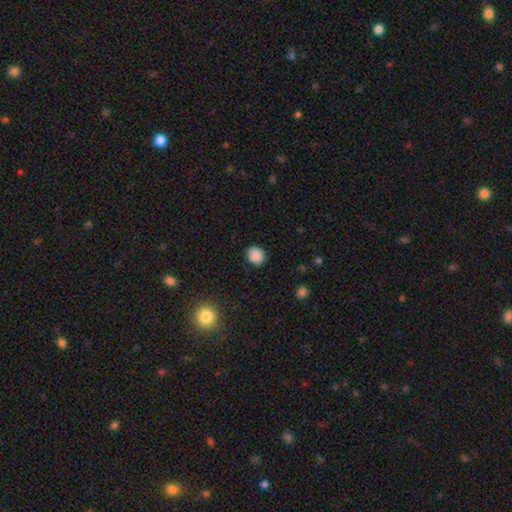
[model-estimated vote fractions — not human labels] Smooth or featured? Predicted: smooth (p=0.87). How rounded? Predicted: round (p=0.69). Merging? Predicted: none (p=0.87).